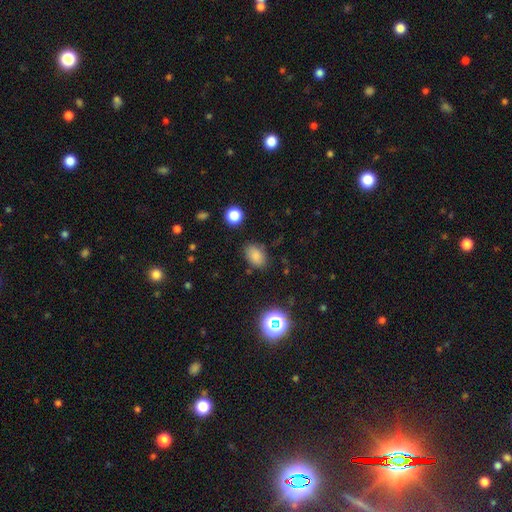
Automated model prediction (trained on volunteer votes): Overall: smooth (81%). How rounded: in between (81%). Merging: none (80%).